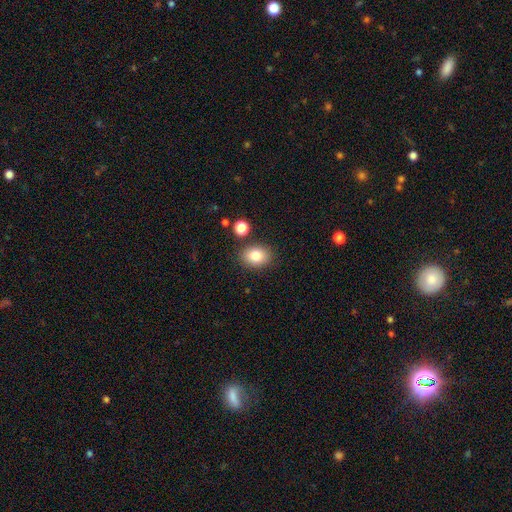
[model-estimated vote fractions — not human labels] This is clearly a smooth galaxy (82%). How rounded: likely in between (66%). Merging: clearly none (82%).